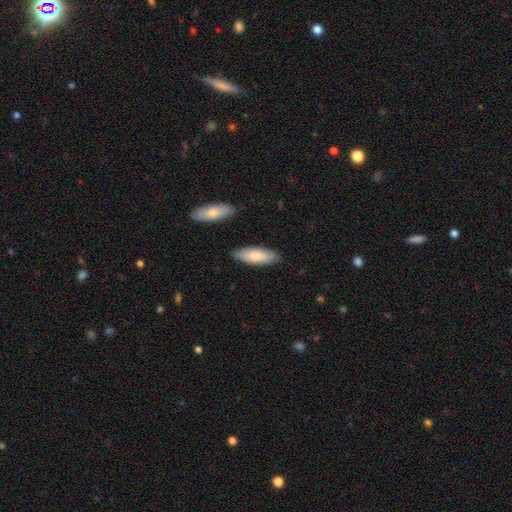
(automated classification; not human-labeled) Q: Smooth or featured?
A: smooth (77%); runner-up: featured or disk (18%)
Q: How rounded?
A: in between (67%); runner-up: cigar-shaped (31%)
Q: Merging?
A: none (84%); runner-up: minor disturbance (12%)